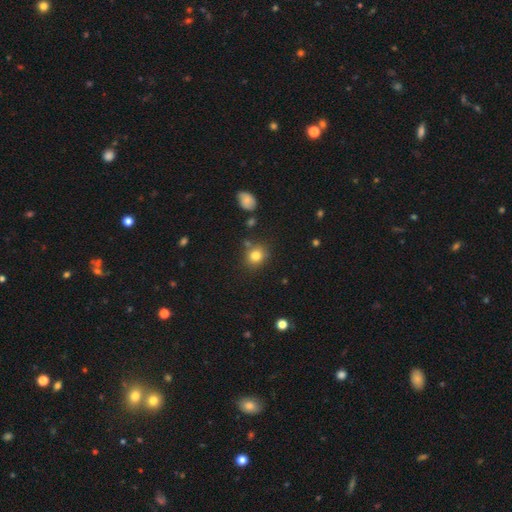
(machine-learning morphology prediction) Smooth or featured?
  - smooth: 80% *
  - star or artifact: 12%
  - featured or disk: 7%
How rounded?
  - round: 76% *
  - in between: 23%
  - cigar-shaped: 1%
Merging?
  - none: 77% *
  - minor disturbance: 13%
  - merger: 6%
  - major disturbance: 4%